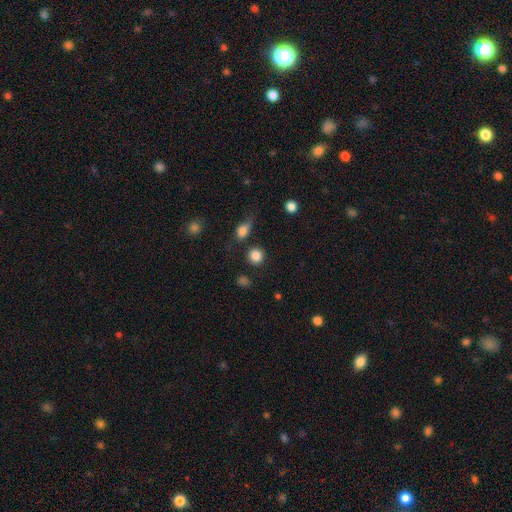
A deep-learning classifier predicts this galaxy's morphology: A smooth galaxy with no disk features (85%) that is round (91%).

Vote fractions:
- Smooth or featured? smooth: 85% / star or artifact: 10% / featured or disk: 5%
- How rounded? round: 91% / in between: 8% / cigar-shaped: 1%
- Merging? none: 81% / minor disturbance: 9% / merger: 6% / major disturbance: 4%